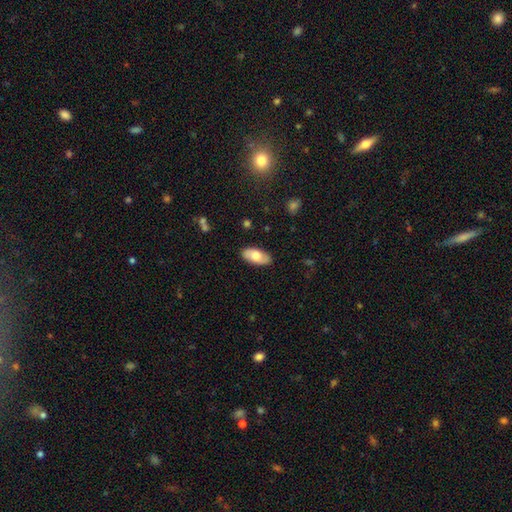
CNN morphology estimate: type=smooth (69%); roundness=in between (92%); merging=none (86%).